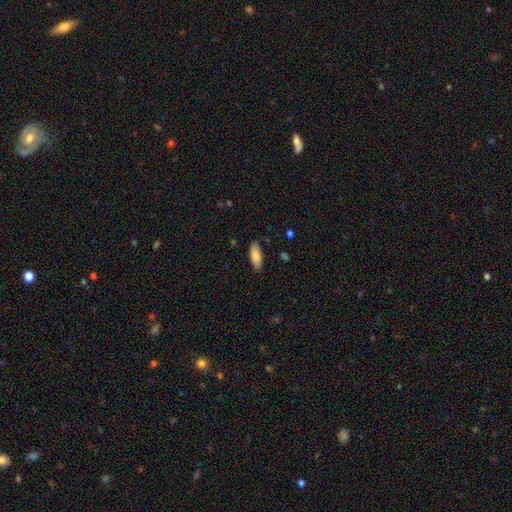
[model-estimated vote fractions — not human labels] Q: Smooth or featured?
A: smooth (85%); runner-up: featured or disk (9%)
Q: How rounded?
A: in between (75%); runner-up: cigar-shaped (24%)
Q: Merging?
A: none (85%); runner-up: minor disturbance (12%)